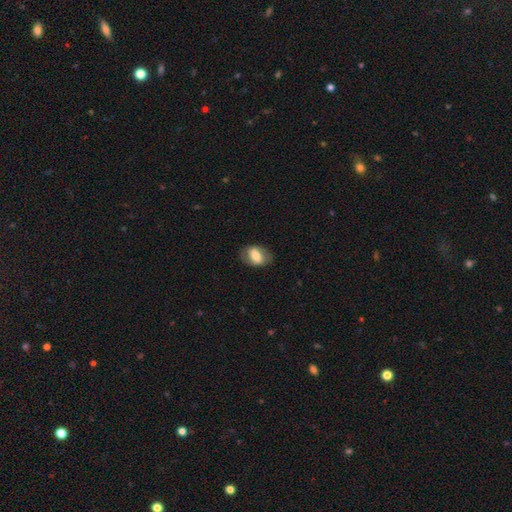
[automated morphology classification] Smooth or featured? smooth (61%)
How rounded? in between (86%)
Merging? none (75%)